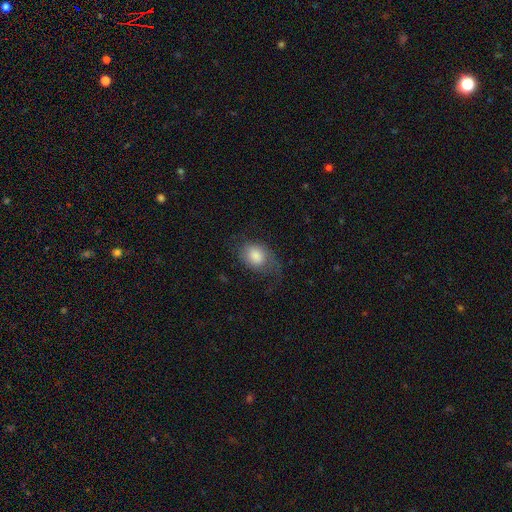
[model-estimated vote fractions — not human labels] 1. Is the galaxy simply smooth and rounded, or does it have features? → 67% smooth, 25% featured or disk, 8% star or artifact.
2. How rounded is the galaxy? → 67% in between, 32% round, 1% cigar-shaped.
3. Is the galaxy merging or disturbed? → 48% none, 26% minor disturbance, 25% major disturbance, 2% merger.